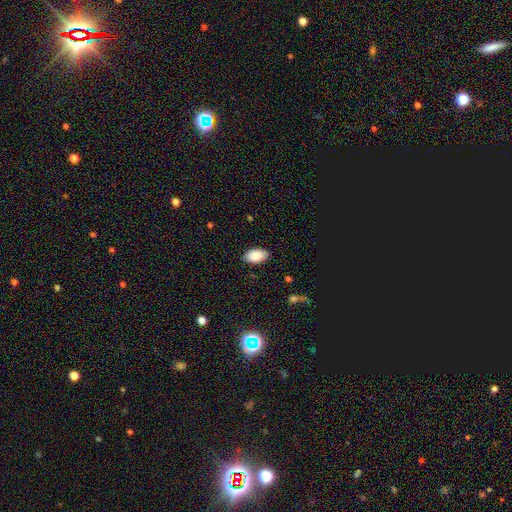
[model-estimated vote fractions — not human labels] Morphology: type=smooth (88%); roundness=in between (95%); merging=none (86%).